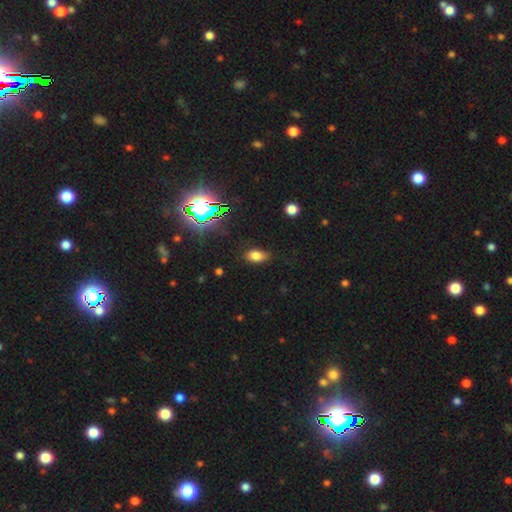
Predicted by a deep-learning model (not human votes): Smooth or featured? Predicted: smooth (p=0.76). How rounded? Predicted: in between (p=0.87). Merging? Predicted: none (p=0.81).